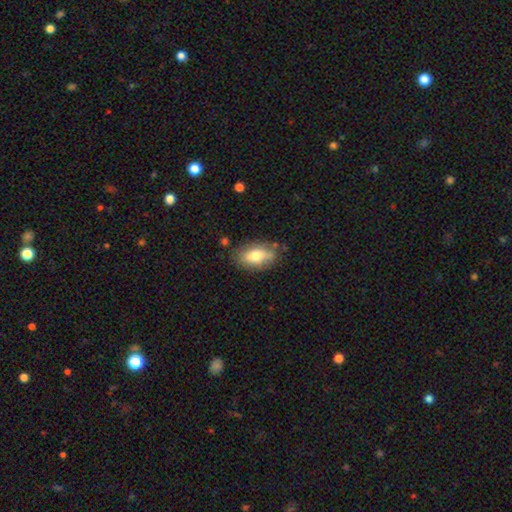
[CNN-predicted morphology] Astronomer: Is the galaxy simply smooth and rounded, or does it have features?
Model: smooth — 72%.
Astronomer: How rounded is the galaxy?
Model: in between — 88%.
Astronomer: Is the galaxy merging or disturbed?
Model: none — 73%.